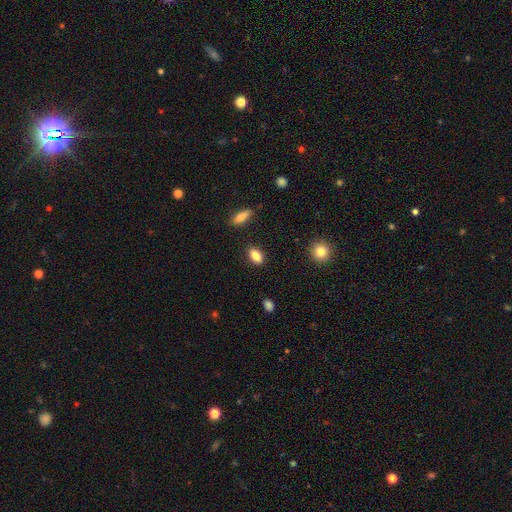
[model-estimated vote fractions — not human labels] Smooth or featured? Predicted: smooth (p=0.85). How rounded? Predicted: in between (p=0.85). Merging? Predicted: none (p=0.86).